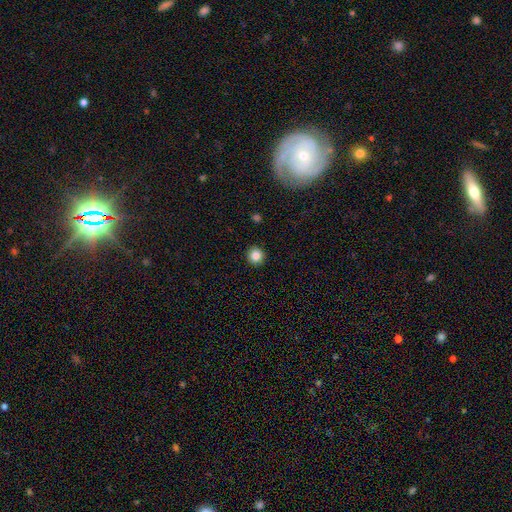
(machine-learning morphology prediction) smooth 85%, star or artifact 10%, featured or disk 5%. Down the decision tree: how rounded — round (95%); merging — none (93%).